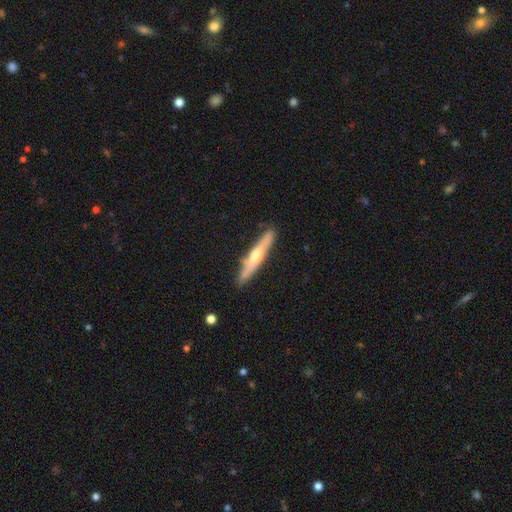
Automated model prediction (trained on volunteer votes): Smooth or featured? featured or disk (63%)
Edge-on disk? yes (93%)
Edge-on bulge? rounded (84%)
Merging? none (86%)